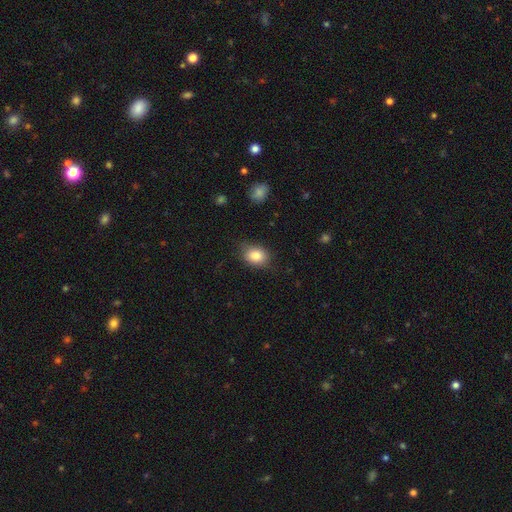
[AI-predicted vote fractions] Morphology: type=smooth (84%); roundness=in between (65%); merging=none (77%).